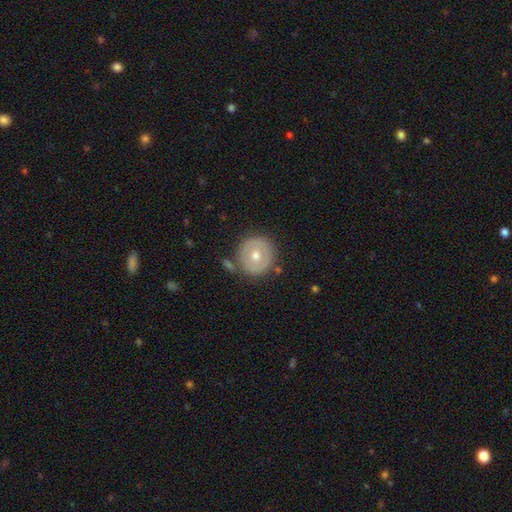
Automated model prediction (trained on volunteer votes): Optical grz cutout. It shows a smooth galaxy with no disk features (50%). Merging: none (82%).